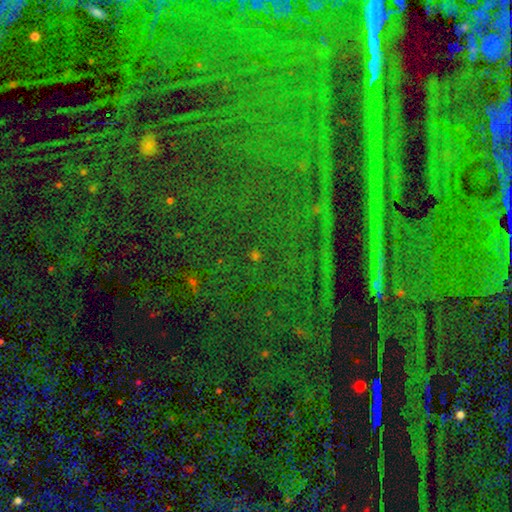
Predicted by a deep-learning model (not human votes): Smooth or featured? star or artifact (79%)